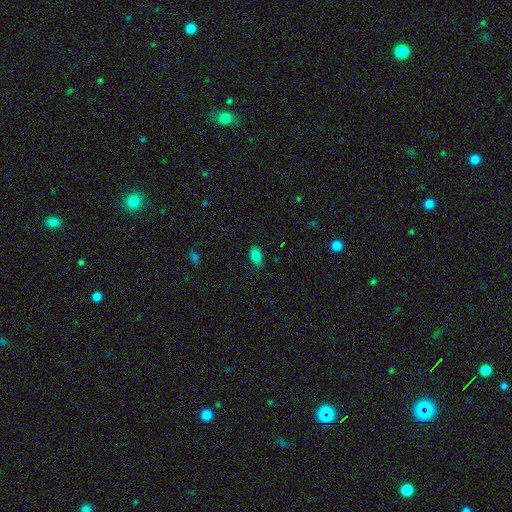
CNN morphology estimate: Smooth or featured? smooth (80%)
How rounded? in between (90%)
Merging? none (75%)